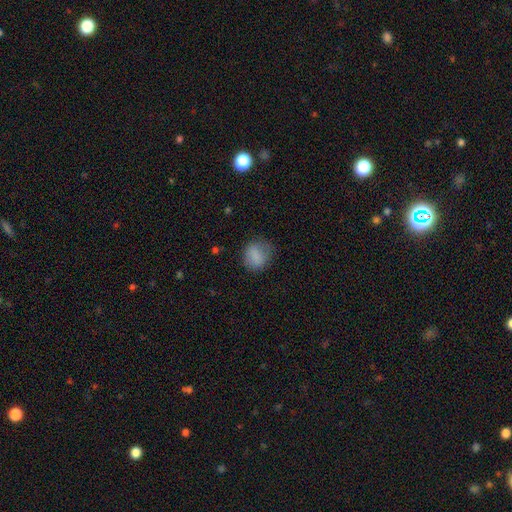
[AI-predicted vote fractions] Smooth or featured?
  - smooth: 83% *
  - star or artifact: 9%
  - featured or disk: 8%
How rounded?
  - round: 71% *
  - in between: 28%
  - cigar-shaped: 1%
Merging?
  - none: 71% *
  - minor disturbance: 20%
  - major disturbance: 7%
  - merger: 1%